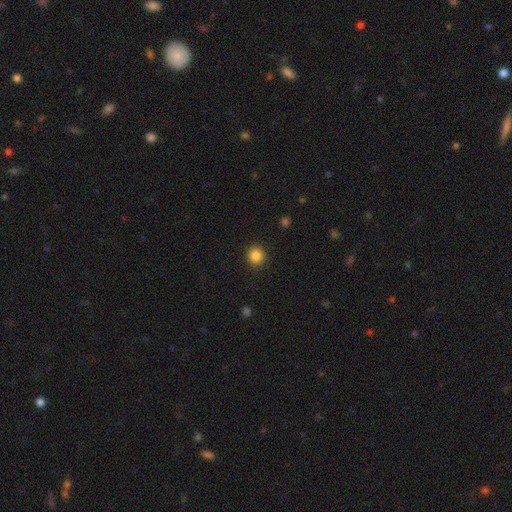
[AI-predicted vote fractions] smooth 86%, star or artifact 11%, featured or disk 3%. Down the decision tree: how rounded — round (92%); merging — none (91%).